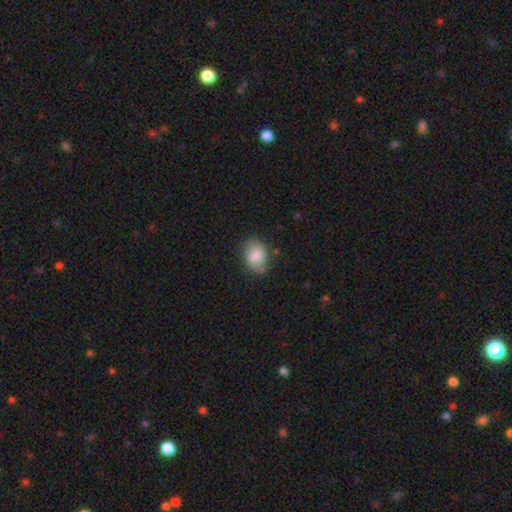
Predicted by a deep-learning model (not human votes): A smooth galaxy with no disk features (81%) that is in between round and cigar-shaped (68%).

Vote fractions:
- Smooth or featured? smooth: 81% / featured or disk: 12% / star or artifact: 7%
- How rounded? in between: 68% / round: 31% / cigar-shaped: 1%
- Merging? none: 72% / minor disturbance: 21% / major disturbance: 5% / merger: 3%